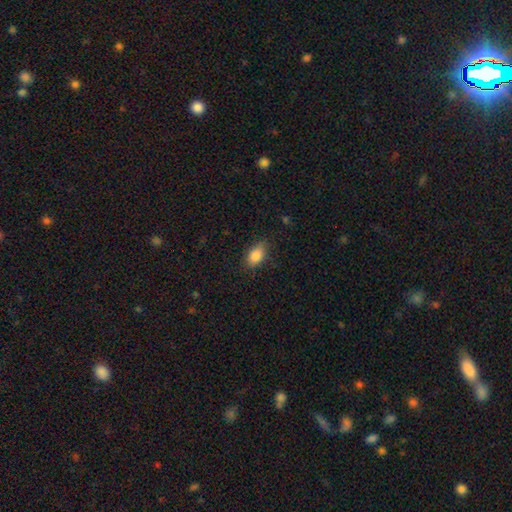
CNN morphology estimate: smooth 86%, star or artifact 8%, featured or disk 6%. Down the decision tree: how rounded — in between (89%); merging — none (77%).